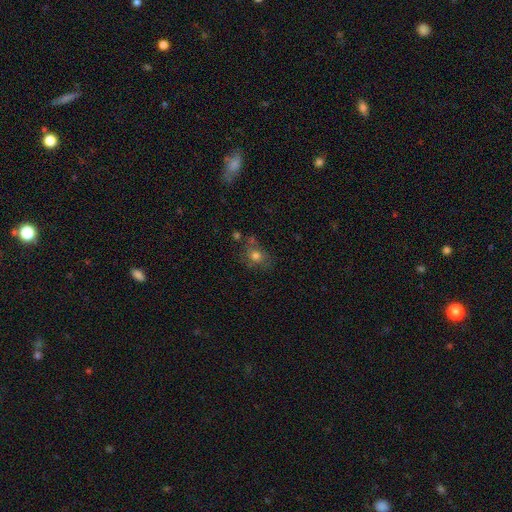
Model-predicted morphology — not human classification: This appears to be a smooth galaxy with no disk features (71%) that is round (61%). Merging: none (57%).